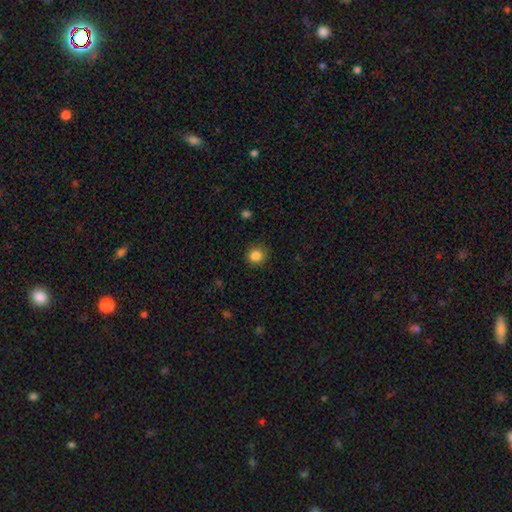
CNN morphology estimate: This is clearly a smooth galaxy (85%). How rounded: clearly round (88%). Merging: clearly none (88%).